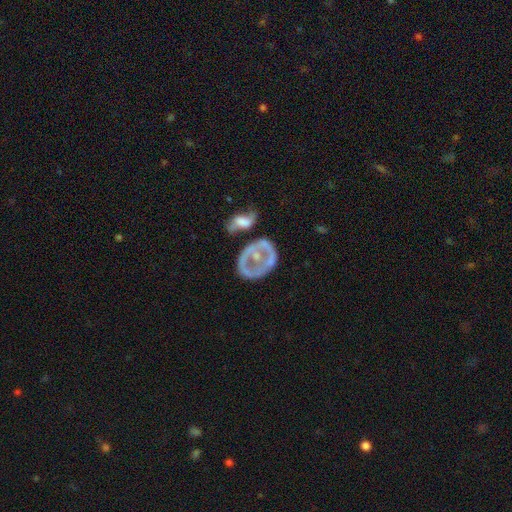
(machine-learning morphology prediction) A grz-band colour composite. It shows a featured or disk galaxy (61%) with no bar (86%), no spiral arms (87%) and no central bulge (36%). Merging: none (38%).